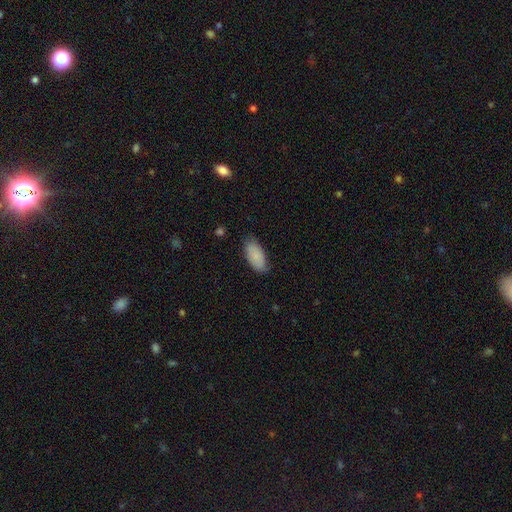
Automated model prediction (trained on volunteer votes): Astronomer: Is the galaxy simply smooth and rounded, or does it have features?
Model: smooth — 87%.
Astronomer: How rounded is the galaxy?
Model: in between — 91%.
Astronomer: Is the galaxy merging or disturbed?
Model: none — 81%.